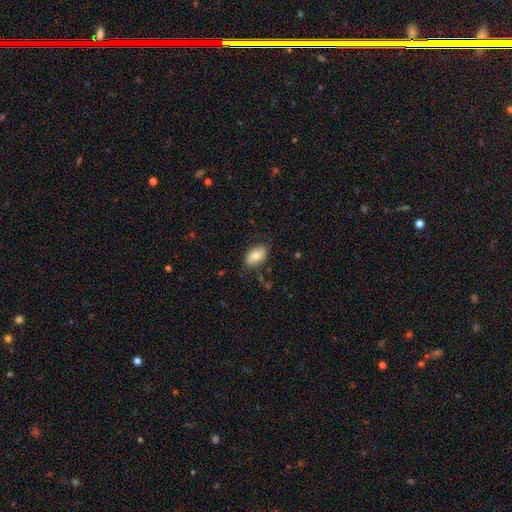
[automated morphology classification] Overall: smooth (73%). How rounded: in between (90%). Merging: none (80%).